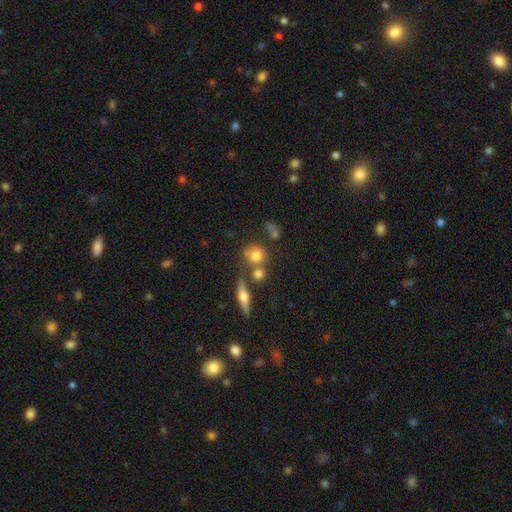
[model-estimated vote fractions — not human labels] smooth 73%, featured or disk 16%, star or artifact 11%. Down the decision tree: how rounded — round (81%); merging — none (60%).